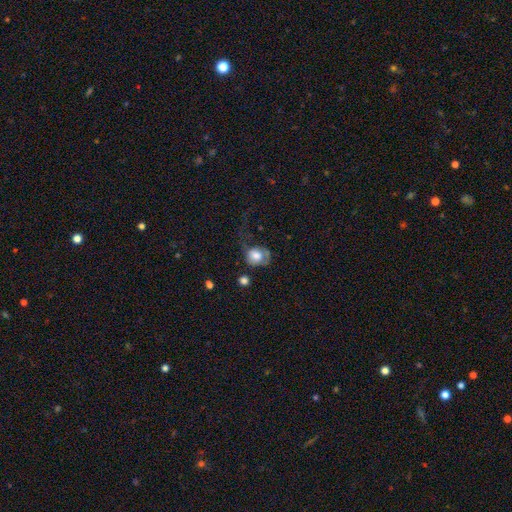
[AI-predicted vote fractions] Morphology: type=smooth (69%); roundness=round (64%); merging=major disturbance (41%).